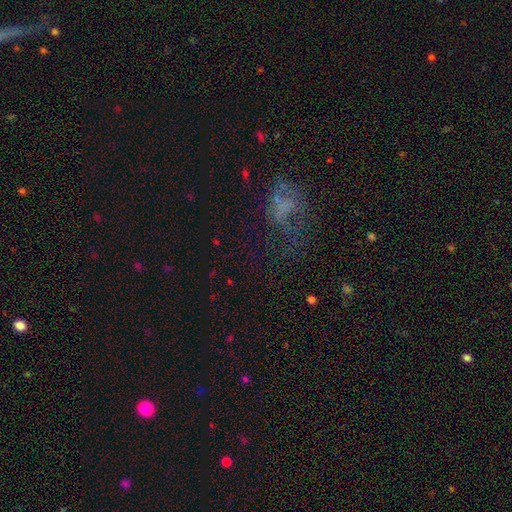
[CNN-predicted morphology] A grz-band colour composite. It shows a star or artifact, not a galaxy (51%).